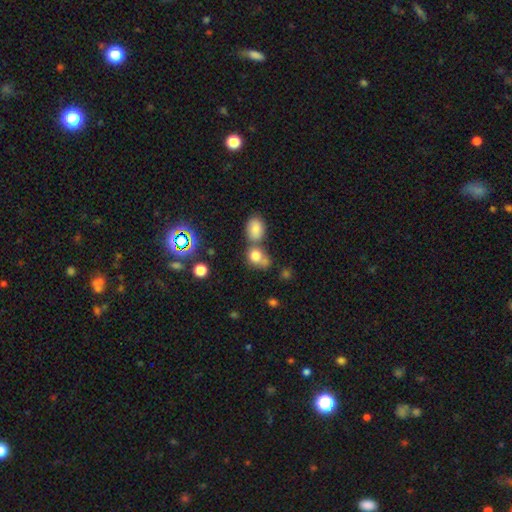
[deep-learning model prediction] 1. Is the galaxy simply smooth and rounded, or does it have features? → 77% smooth, 14% star or artifact, 9% featured or disk.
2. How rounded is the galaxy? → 55% round, 43% in between, 2% cigar-shaped.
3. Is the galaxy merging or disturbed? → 44% merger, 37% none, 12% minor disturbance, 7% major disturbance.